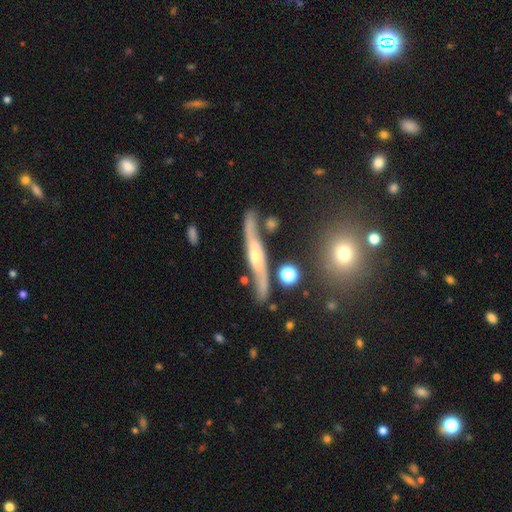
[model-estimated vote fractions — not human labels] Smooth or featured: featured or disk — 74% (smooth — 19%)
Edge-on disk: yes — 77% (no — 23%)
Edge-on bulge: rounded — 79% (none — 13%)
Merging: none — 73% (minor disturbance — 16%)